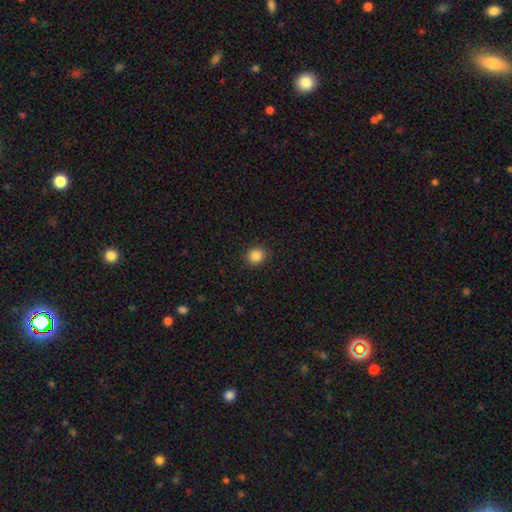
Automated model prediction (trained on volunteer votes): A smooth galaxy with no disk features (87%) that is round (87%).

Vote fractions:
- Smooth or featured? smooth: 87% / star or artifact: 10% / featured or disk: 3%
- How rounded? round: 87% / in between: 12% / cigar-shaped: 1%
- Merging? none: 91% / minor disturbance: 6% / major disturbance: 2% / merger: 1%